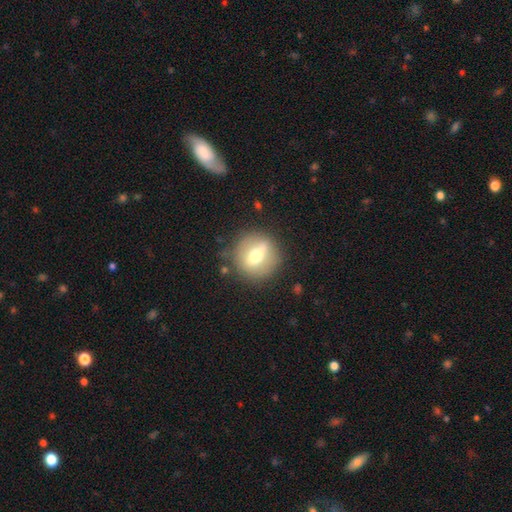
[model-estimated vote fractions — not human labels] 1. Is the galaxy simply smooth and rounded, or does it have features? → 50% featured or disk, 42% smooth, 9% star or artifact.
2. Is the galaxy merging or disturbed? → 81% none, 11% minor disturbance, 5% major disturbance, 2% merger.